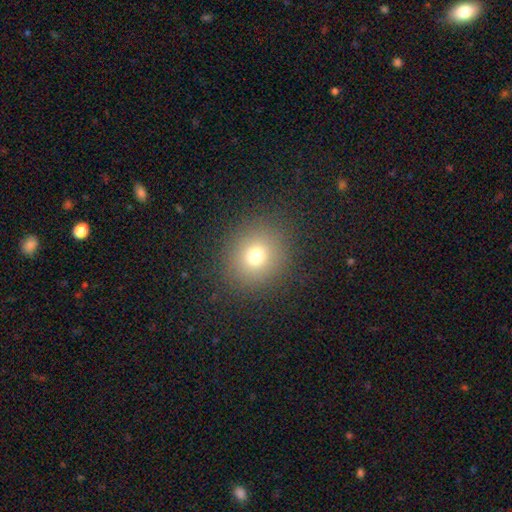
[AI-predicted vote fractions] Morphology: type=smooth (72%); roundness=round (86%); merging=none (87%).